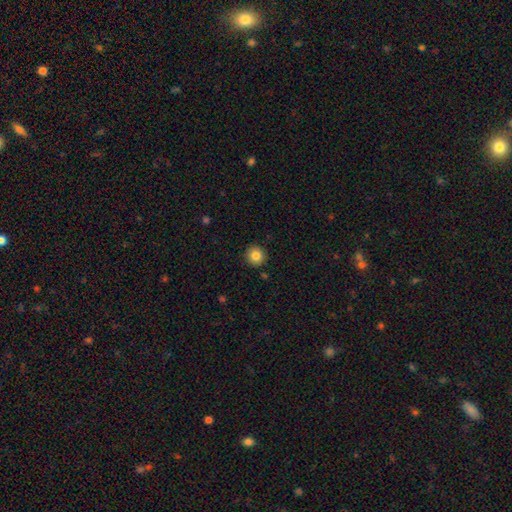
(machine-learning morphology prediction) A smooth galaxy with no disk features (84%) that is round (95%). Merging: none (91%).